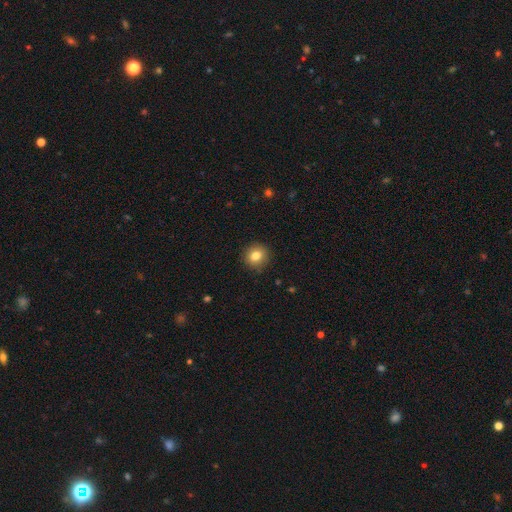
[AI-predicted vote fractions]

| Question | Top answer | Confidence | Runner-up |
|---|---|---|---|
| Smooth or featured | smooth | 82% | star or artifact (10%) |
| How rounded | round | 87% | in between (12%) |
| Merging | none | 90% | minor disturbance (7%) |